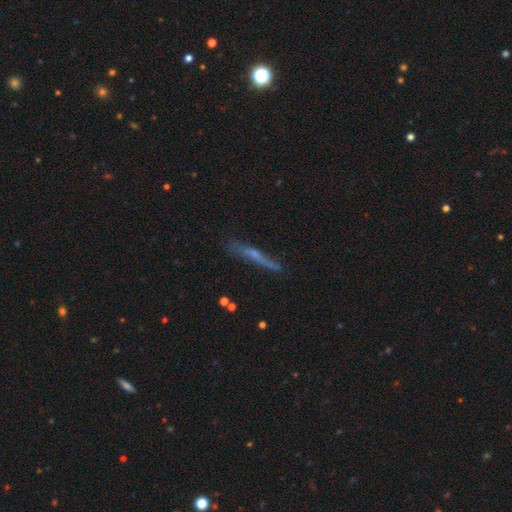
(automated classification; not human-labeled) The model was most divided on "smooth or featured": featured or disk: 51%, smooth: 38%, star or artifact: 11%. More confident: edge-on disk — yes (85%); merging — none (70%).